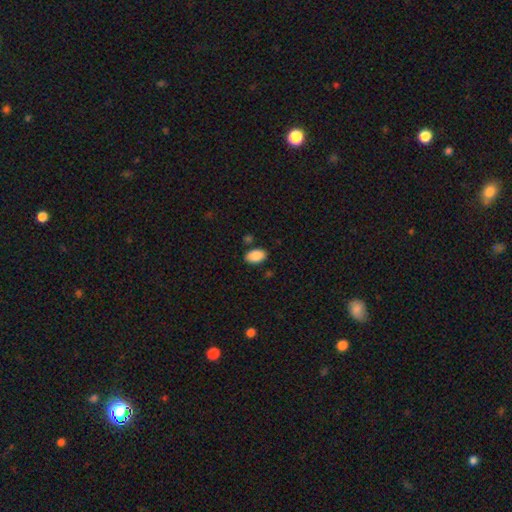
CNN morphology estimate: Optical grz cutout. It shows a smooth galaxy with no disk features (89%) that is in between round and cigar-shaped (91%). Merging: none (83%).